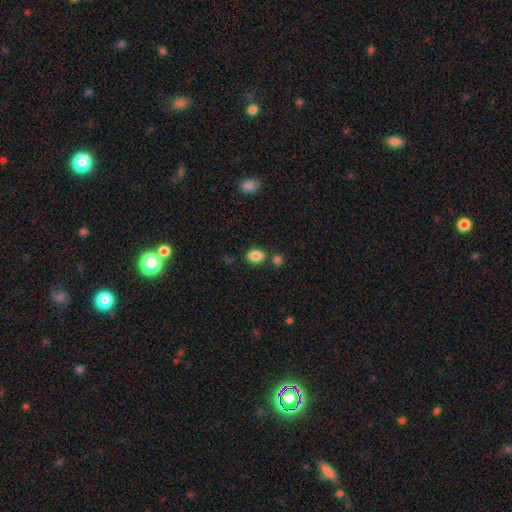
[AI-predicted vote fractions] smooth 86%, star or artifact 9%, featured or disk 5%. Down the decision tree: how rounded — in between (77%); merging — none (73%).